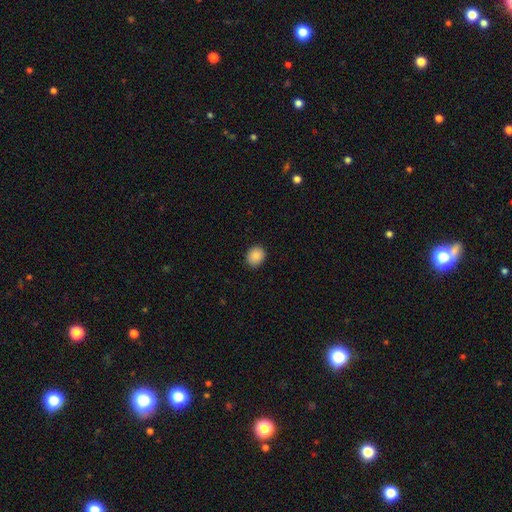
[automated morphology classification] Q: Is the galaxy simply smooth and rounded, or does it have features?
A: smooth — 88%.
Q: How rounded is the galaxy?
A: round — 62%.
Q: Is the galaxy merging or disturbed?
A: none — 89%.